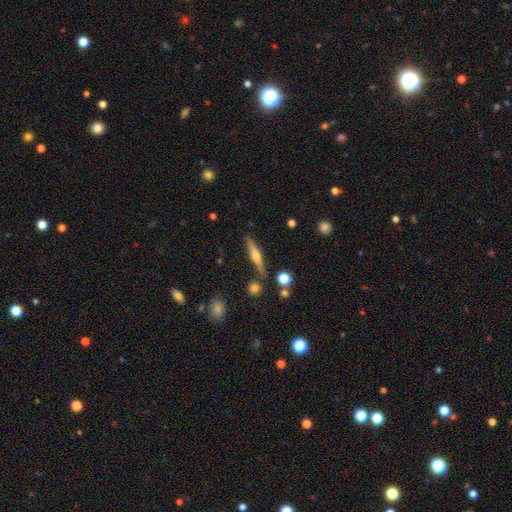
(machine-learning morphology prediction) This appears to be a featured or disk galaxy (61%) viewed edge-on (96%) with a rounded central bulge (89%). Merging: none (82%).